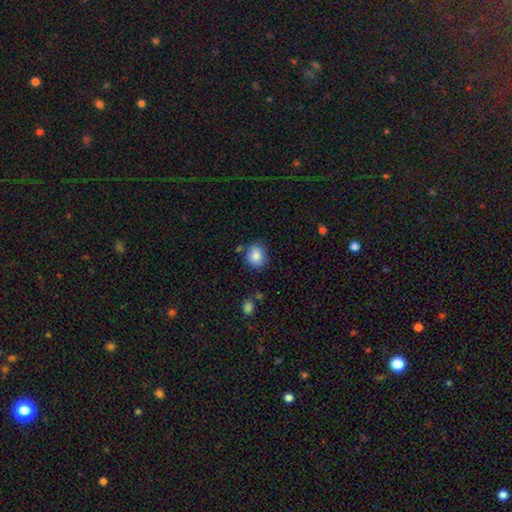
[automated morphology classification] Smooth or featured? smooth (85%)
How rounded? round (72%)
Merging? none (77%)